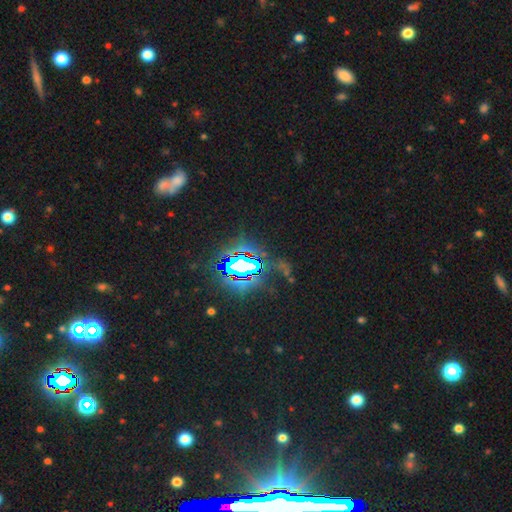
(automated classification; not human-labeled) Smooth or featured: star or artifact — 80% (smooth — 11%)